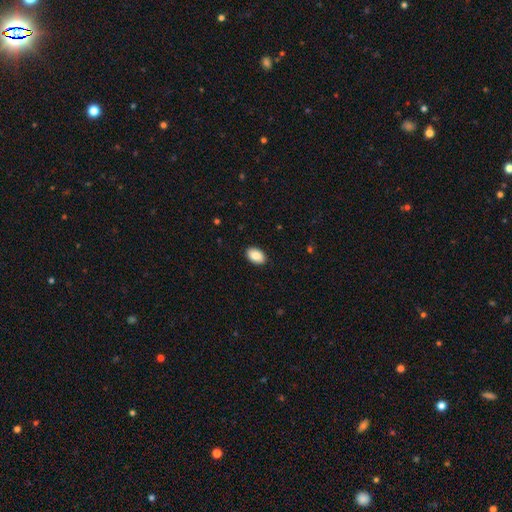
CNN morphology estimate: A smooth galaxy with no disk features (88%) that is in between round and cigar-shaped (91%). Merging: none (90%).